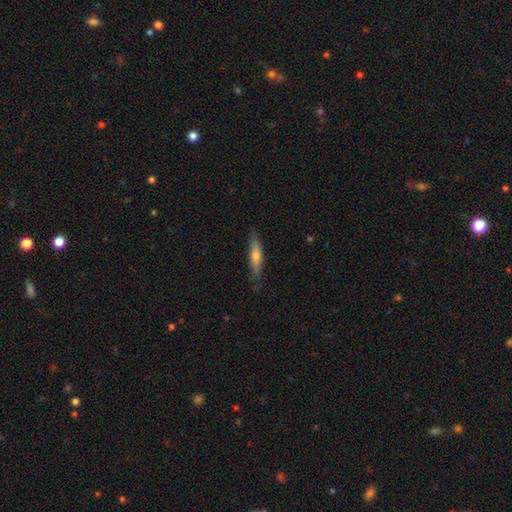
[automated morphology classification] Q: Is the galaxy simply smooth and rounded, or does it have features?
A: smooth — 47%.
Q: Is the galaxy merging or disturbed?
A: none — 83%.